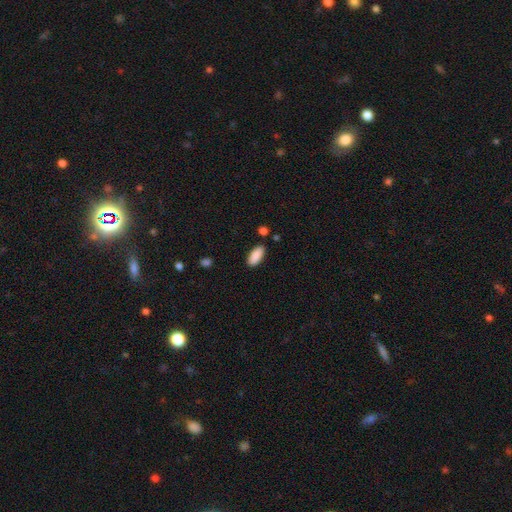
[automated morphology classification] Smooth or featured? smooth (90%)
How rounded? in between (87%)
Merging? none (85%)